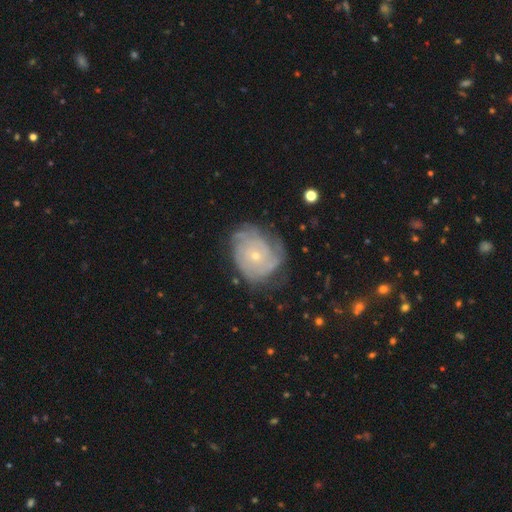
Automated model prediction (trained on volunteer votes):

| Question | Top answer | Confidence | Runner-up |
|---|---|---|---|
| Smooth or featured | featured or disk | 75% | smooth (18%) |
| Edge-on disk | no | 97% | yes (3%) |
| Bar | no | 85% | weak (12%) |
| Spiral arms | yes | 87% | no (13%) |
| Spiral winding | tight | 71% | medium (22%) |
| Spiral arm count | can't tell | 48% | 3 (15%) |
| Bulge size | small | 77% | moderate (20%) |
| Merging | none | 62% | minor disturbance (24%) |